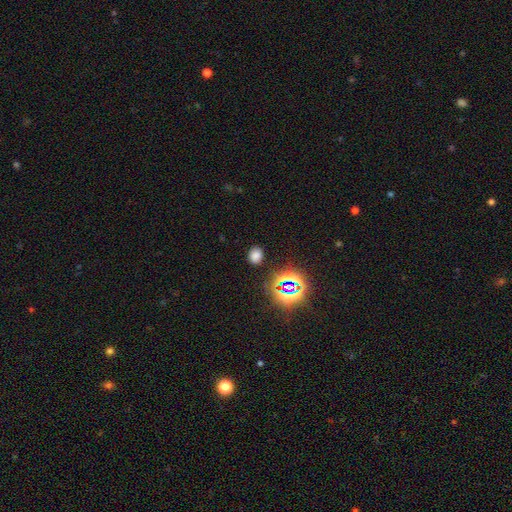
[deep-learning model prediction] Smooth or featured? Predicted: smooth (p=0.69). How rounded? Predicted: in between (p=0.54). Merging? Predicted: none (p=0.85).